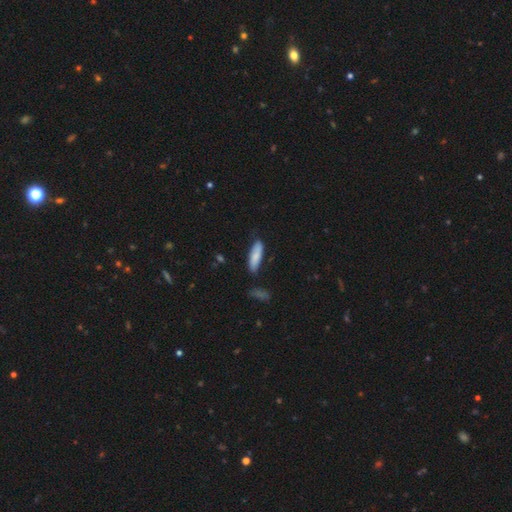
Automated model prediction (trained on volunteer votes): This is clearly a smooth galaxy (83%). How rounded: possibly cigar-shaped (53%). Merging: likely none (77%).